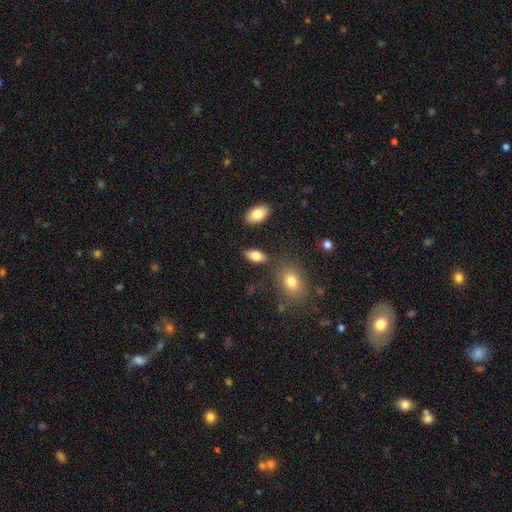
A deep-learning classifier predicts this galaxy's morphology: smooth-or-featured: smooth: 82% | featured or disk: 10% | star or artifact: 8%
  how-rounded: in between: 92% | round: 4% | cigar-shaped: 4%
  merging: none: 79% | minor disturbance: 12% | merger: 6% | major disturbance: 4%